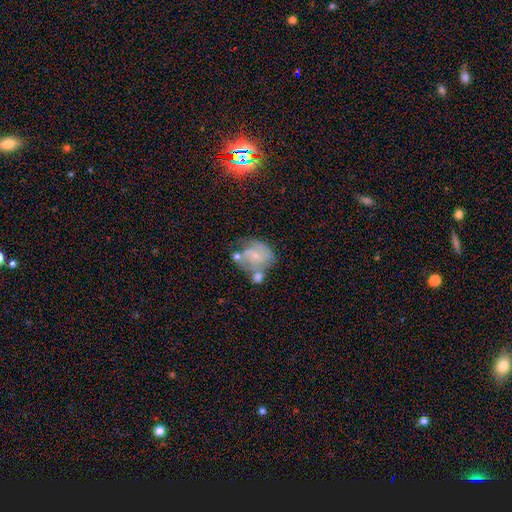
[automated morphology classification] Smooth or featured?
  - featured or disk: 58% *
  - smooth: 34%
  - star or artifact: 8%
Edge-on disk?
  - no: 97% *
  - yes: 3%
Bar?
  - no: 68% *
  - weak: 27%
  - strong: 5%
Spiral arms?
  - yes: 71% *
  - no: 29%
Bulge size?
  - small: 70% *
  - moderate: 22%
  - none: 6%
  - large: 1%
  - dominant: 1%
Merging?
  - none: 34% *
  - merger: 30%
  - minor disturbance: 21%
  - major disturbance: 15%